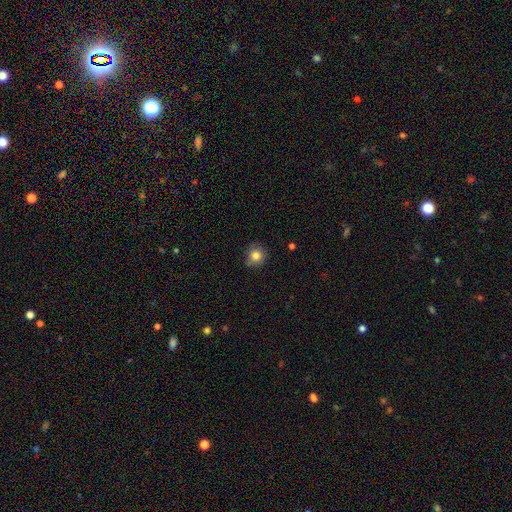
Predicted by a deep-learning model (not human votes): Smooth or featured? smooth (82%)
How rounded? round (90%)
Merging? none (78%)